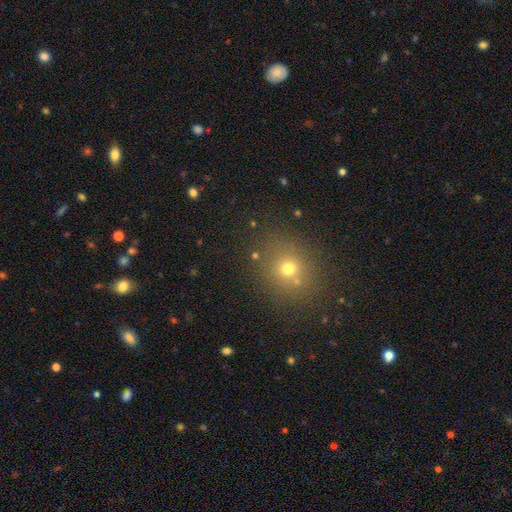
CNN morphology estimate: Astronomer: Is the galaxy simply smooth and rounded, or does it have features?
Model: smooth — 61%.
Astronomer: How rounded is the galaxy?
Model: round — 77%.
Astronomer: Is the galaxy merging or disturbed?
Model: none — 77%.